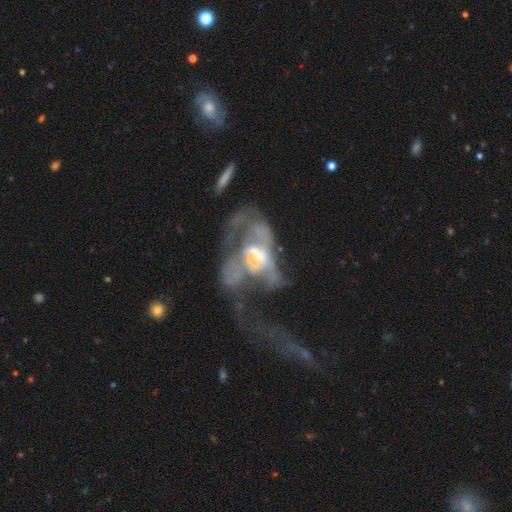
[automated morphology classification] featured or disk 73%, smooth 17%, star or artifact 11%. Down the decision tree: edge-on disk — no (95%); bar — no (71%); spiral arms — no (55%); bulge size — moderate (52%); merging — major disturbance (42%, tied with merger).